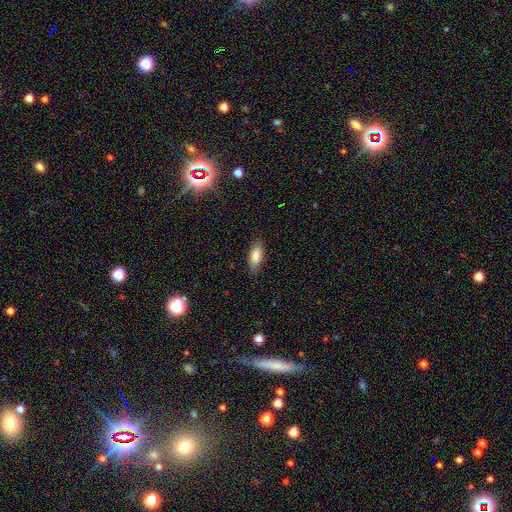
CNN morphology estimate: Smooth or featured? smooth (84%)
How rounded? in between (80%)
Merging? none (84%)